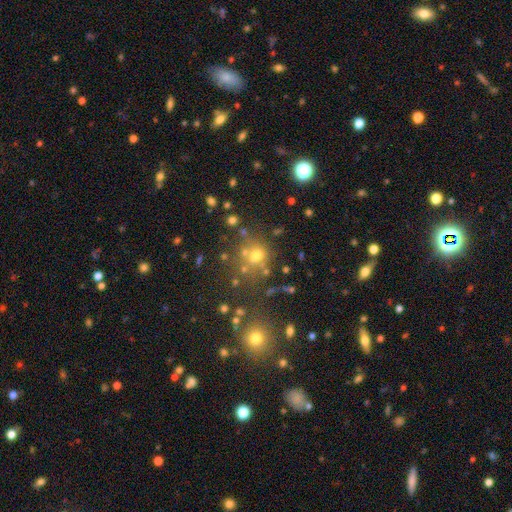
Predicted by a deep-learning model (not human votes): smooth 59%, star or artifact 27%, featured or disk 14%. Down the decision tree: how rounded — round (77%); merging — none (61%).